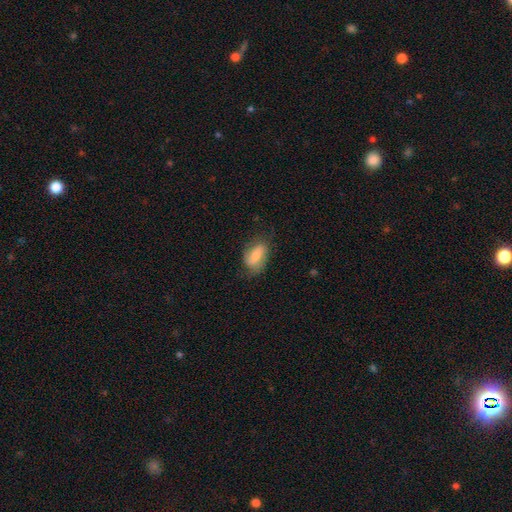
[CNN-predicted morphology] smooth_or_featured: smooth (p=0.68) [alt: featured or disk p=0.26]
how_rounded: in between (p=0.88) [alt: round p=0.07]
merging: none (p=0.65) [alt: minor disturbance p=0.24]